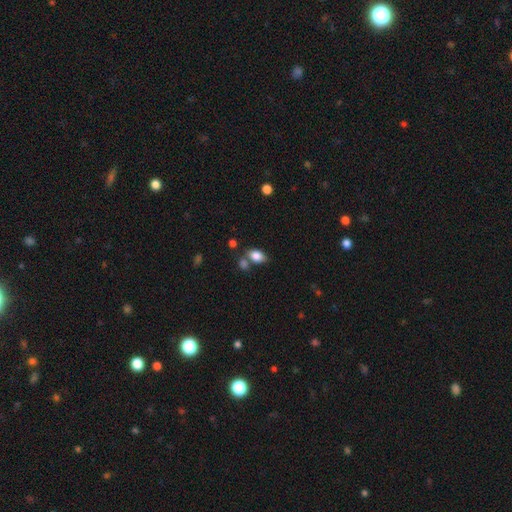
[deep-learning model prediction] Q: Smooth or featured?
A: smooth (84%); runner-up: star or artifact (9%)
Q: How rounded?
A: in between (85%); runner-up: round (14%)
Q: Merging?
A: none (57%); runner-up: merger (23%)